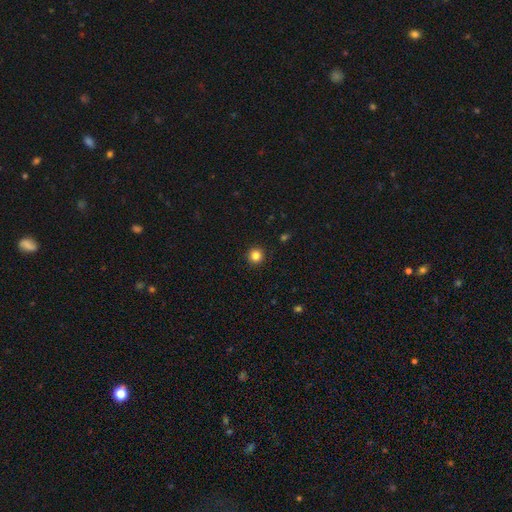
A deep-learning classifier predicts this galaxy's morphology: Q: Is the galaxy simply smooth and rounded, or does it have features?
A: smooth — 84%.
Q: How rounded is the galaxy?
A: round — 95%.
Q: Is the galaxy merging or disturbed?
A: none — 92%.